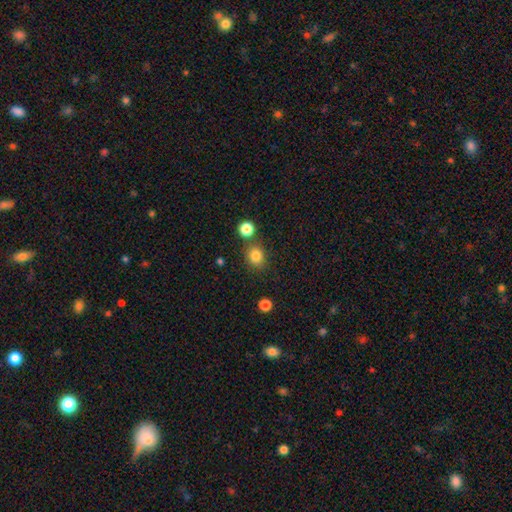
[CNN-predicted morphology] Smooth or featured? smooth (83%)
How rounded? round (73%)
Merging? none (77%)